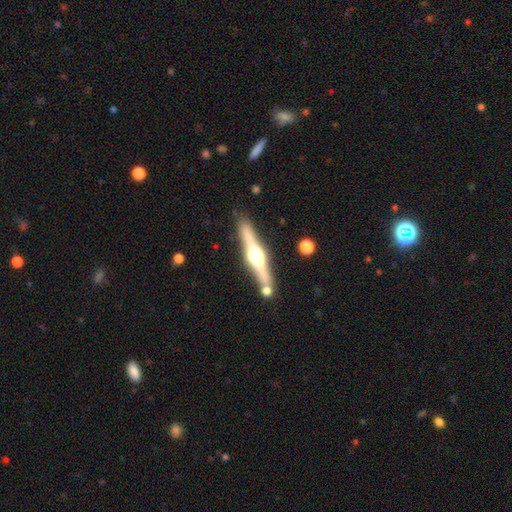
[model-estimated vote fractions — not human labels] Smooth or featured: featured or disk — 77% (smooth — 18%)
Edge-on disk: yes — 97% (no — 3%)
Edge-on bulge: rounded — 95% (boxy — 4%)
Merging: none — 80% (minor disturbance — 10%)